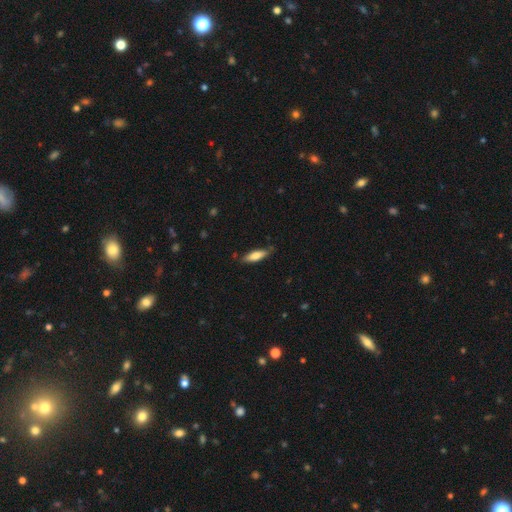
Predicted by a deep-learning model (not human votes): Smooth or featured?
  - smooth: 76% *
  - featured or disk: 18%
  - star or artifact: 6%
How rounded?
  - cigar-shaped: 49% * (tied)
  - in between: 49% * (tied)
  - round: 2%
Merging?
  - none: 79% *
  - minor disturbance: 17%
  - major disturbance: 3%
  - merger: 2%